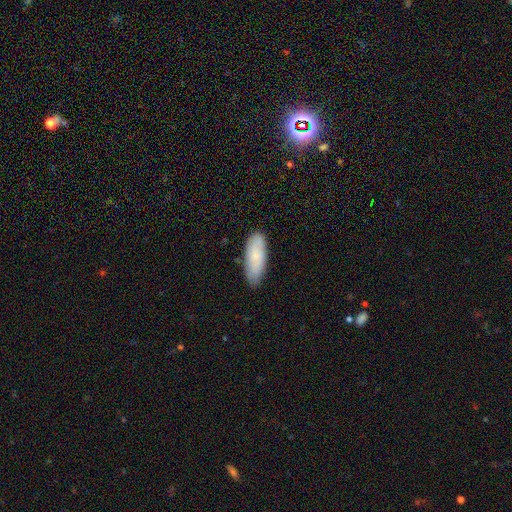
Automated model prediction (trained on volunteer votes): Smooth or featured? smooth (79%)
How rounded? in between (69%)
Merging? none (78%)